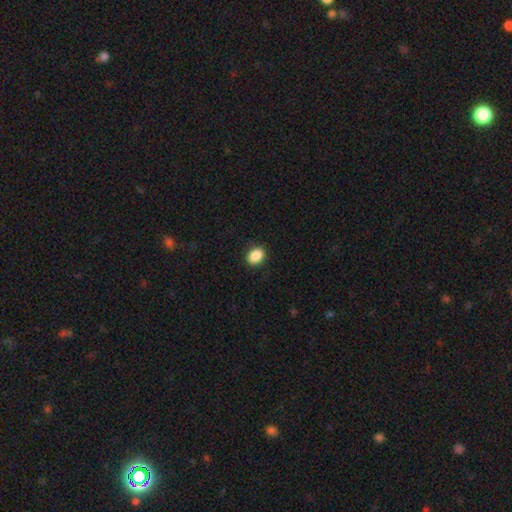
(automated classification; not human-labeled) A smooth galaxy with no disk features (89%) that is in between round and cigar-shaped (73%). Merging: none (90%).